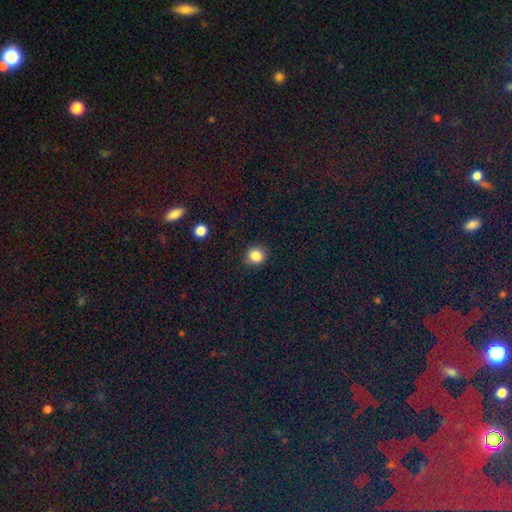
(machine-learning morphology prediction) A smooth galaxy with no disk features (85%) that is round (81%). Merging: none (85%).